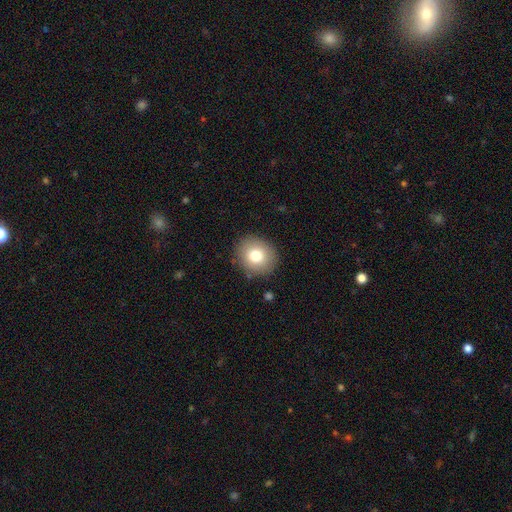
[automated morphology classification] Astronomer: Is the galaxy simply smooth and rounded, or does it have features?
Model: smooth — 78%.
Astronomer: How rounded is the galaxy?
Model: round — 79%.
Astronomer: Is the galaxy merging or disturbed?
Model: none — 87%.